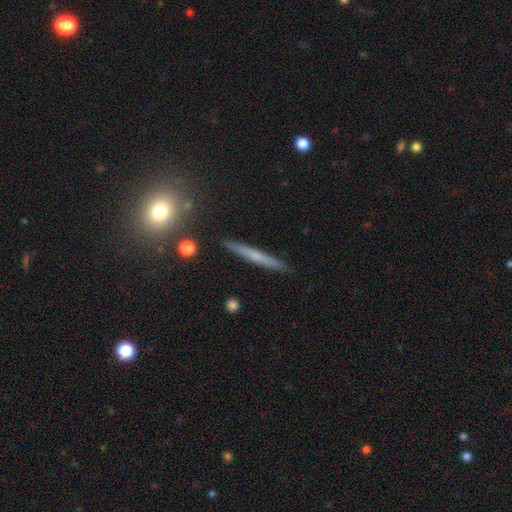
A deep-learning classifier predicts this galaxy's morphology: type=smooth (50%); merging=none (90%).